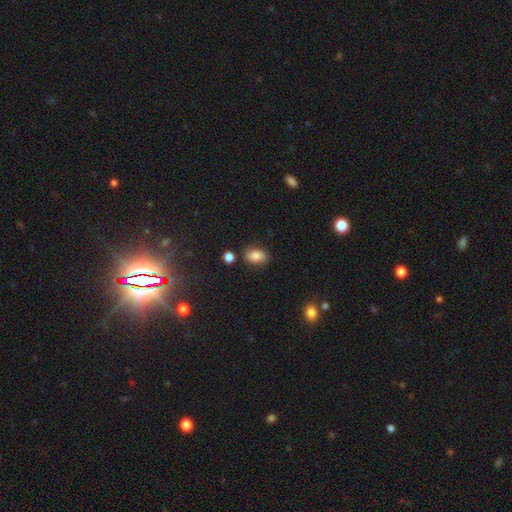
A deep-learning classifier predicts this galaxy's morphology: smooth-or-featured: smooth: 83% | star or artifact: 9% | featured or disk: 8%
  how-rounded: in between: 87% | round: 11% | cigar-shaped: 2%
  merging: none: 80% | minor disturbance: 13% | merger: 4% | major disturbance: 3%